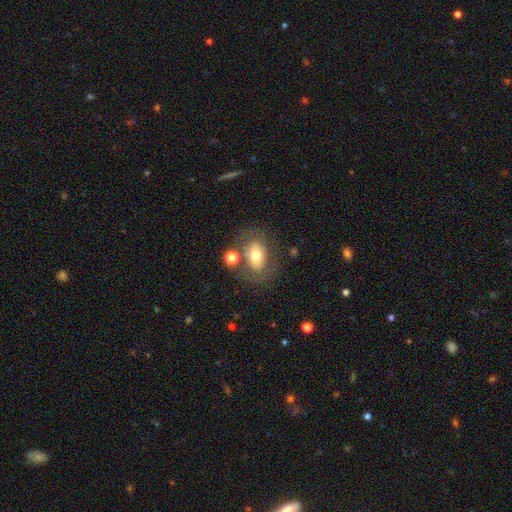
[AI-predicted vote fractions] smooth 64%, featured or disk 26%, star or artifact 10%. Down the decision tree: how rounded — in between (76%); merging — none (62%).